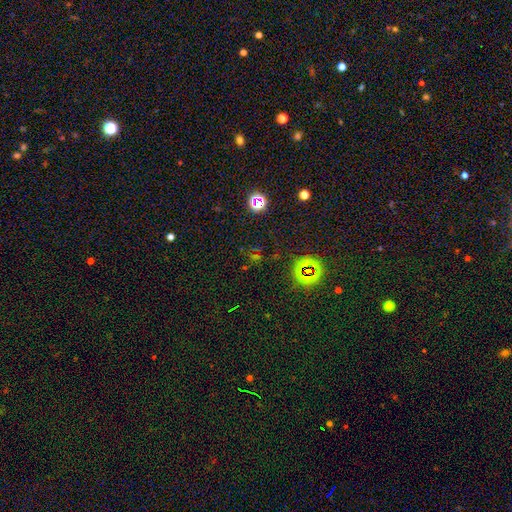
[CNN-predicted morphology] Smooth or featured? star or artifact (65%)